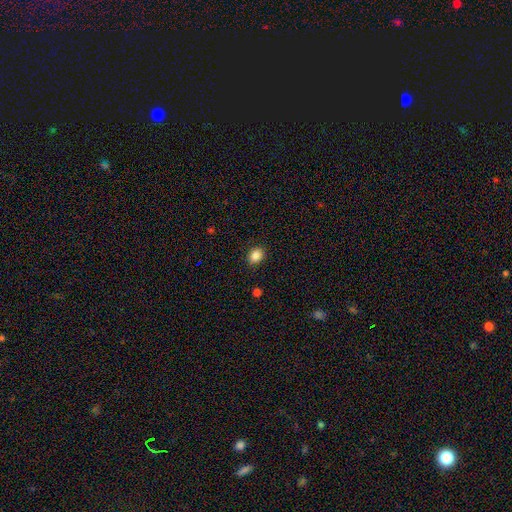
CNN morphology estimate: Smooth or featured?
  - smooth: 86% *
  - star or artifact: 10%
  - featured or disk: 4%
How rounded?
  - round: 50% *
  - in between: 49%
  - cigar-shaped: 1%
Merging?
  - none: 89% *
  - minor disturbance: 8%
  - major disturbance: 2%
  - merger: 1%